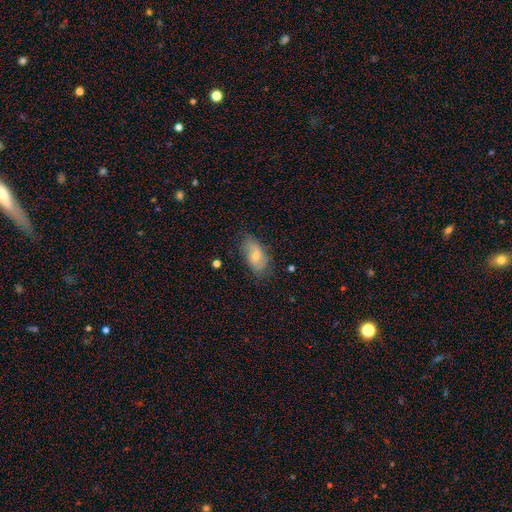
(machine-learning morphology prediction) Smooth or featured? Predicted: smooth (p=0.55). How rounded? Predicted: in between (p=0.91). Merging? Predicted: none (p=0.68).